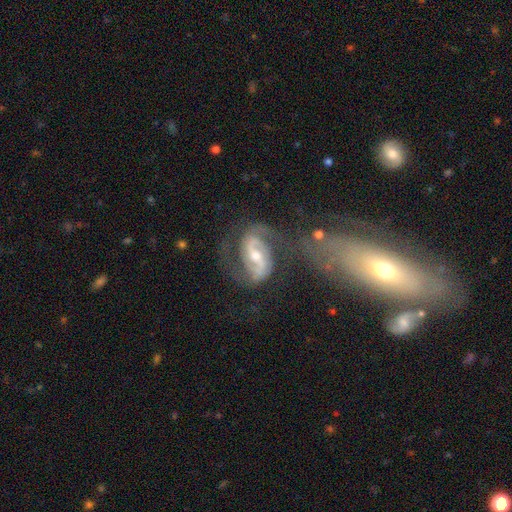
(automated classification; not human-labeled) This is clearly a featured or disk galaxy (89%). It is clearly not viewed edge-on (97%). Bar: possibly strong (45%). Spiral arm pattern: clearly yes (97%). Spiral arm count: clearly 2 (91%). Spiral winding: possibly medium (52%). Central bulge: possibly moderate (54%). Merging: possibly none (59%).